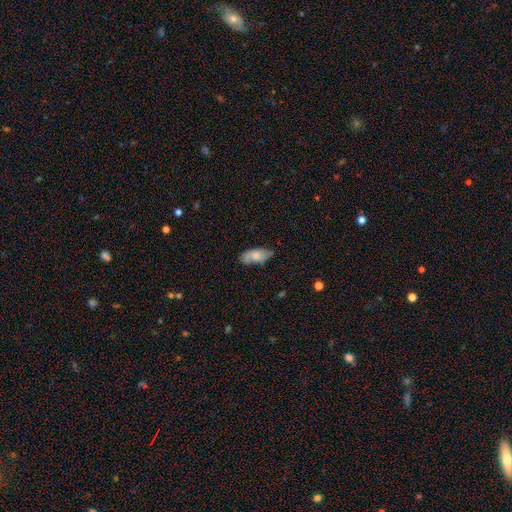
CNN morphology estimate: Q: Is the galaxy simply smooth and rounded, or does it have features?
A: smooth — 71%.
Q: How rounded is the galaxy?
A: in between — 86%.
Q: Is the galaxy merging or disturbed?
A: none — 67%.